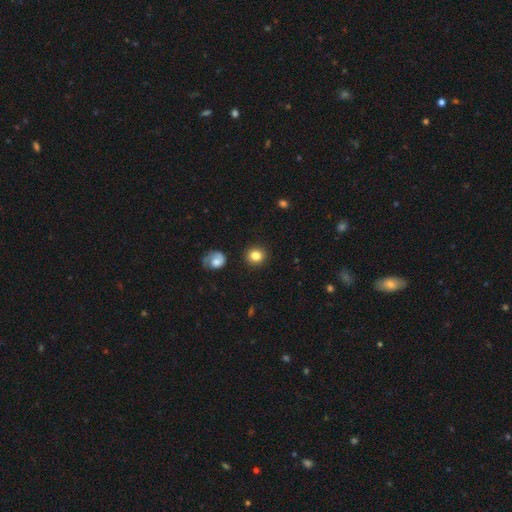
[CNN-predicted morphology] type=smooth (83%); roundness=round (90%); merging=none (90%).